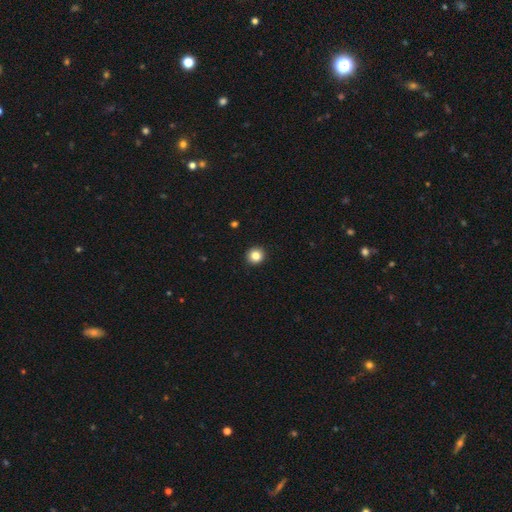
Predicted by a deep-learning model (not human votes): smooth_or_featured: smooth (p=0.84) [alt: star or artifact p=0.11]
how_rounded: round (p=0.93) [alt: in between p=0.06]
merging: none (p=0.93) [alt: minor disturbance p=0.04]